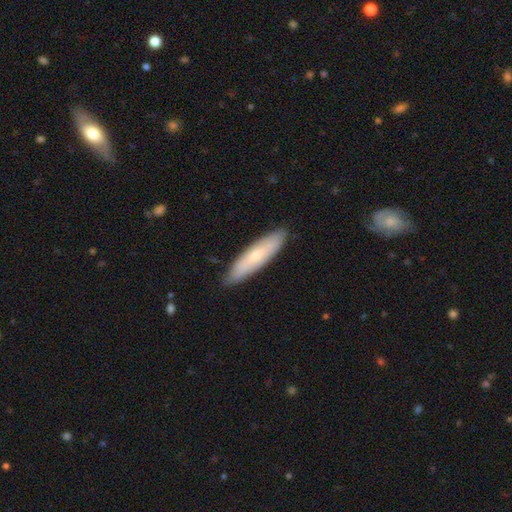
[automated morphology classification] A smooth galaxy with no disk features (58%) that is cigar-shaped (72%).

Vote fractions:
- Smooth or featured? smooth: 58% / featured or disk: 36% / star or artifact: 6%
- How rounded? cigar-shaped: 72% / in between: 26% / round: 2%
- Merging? none: 87% / minor disturbance: 11% / major disturbance: 2% / merger: 1%